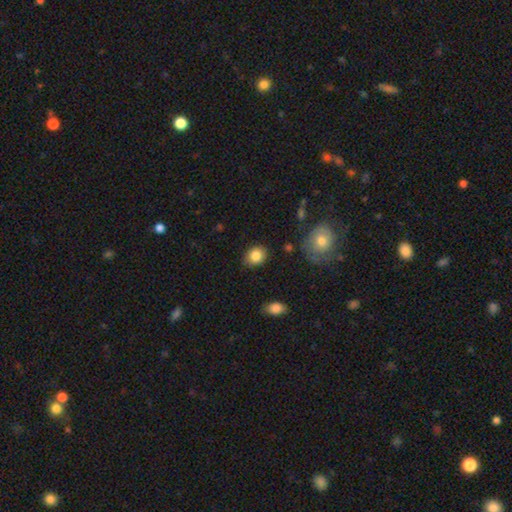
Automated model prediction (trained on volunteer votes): A smooth galaxy with no disk features (84%) that is in between round and cigar-shaped (50%).

Vote fractions:
- Smooth or featured? smooth: 84% / star or artifact: 9% / featured or disk: 7%
- How rounded? in between: 50% / round: 49% / cigar-shaped: 1%
- Merging? none: 82% / minor disturbance: 14% / major disturbance: 3% / merger: 2%